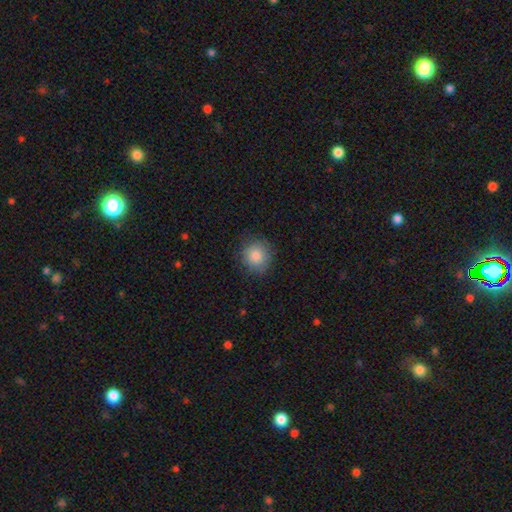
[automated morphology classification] Smooth or featured: smooth — 85% (star or artifact — 9%)
How rounded: round — 90% (in between — 10%)
Merging: none — 84% (minor disturbance — 12%)